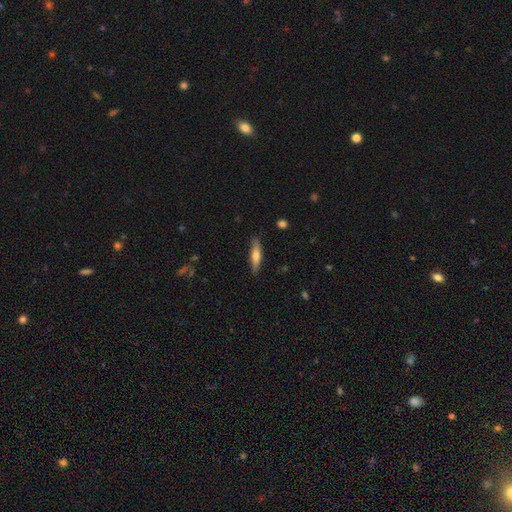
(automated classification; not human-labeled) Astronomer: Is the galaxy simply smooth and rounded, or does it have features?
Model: smooth — 60%.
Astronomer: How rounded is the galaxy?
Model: cigar-shaped — 77%.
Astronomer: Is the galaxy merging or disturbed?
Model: none — 85%.